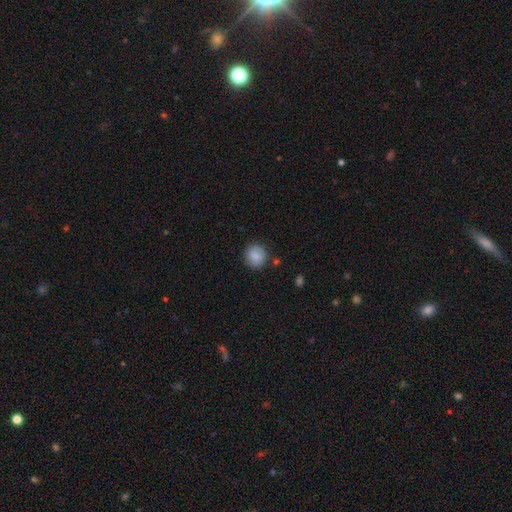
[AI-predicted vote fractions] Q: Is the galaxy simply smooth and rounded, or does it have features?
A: smooth — 85%.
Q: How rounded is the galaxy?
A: round — 88%.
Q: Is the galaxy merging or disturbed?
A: none — 86%.